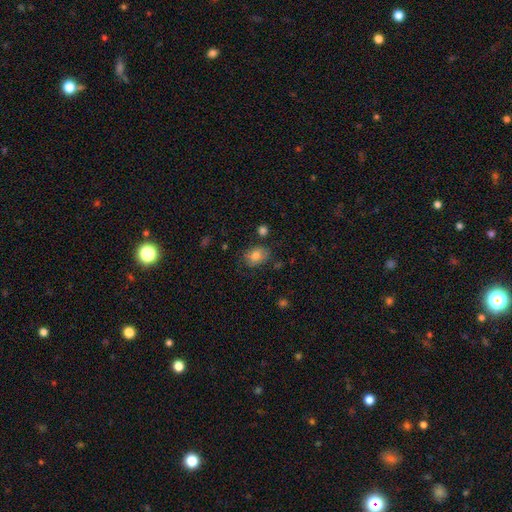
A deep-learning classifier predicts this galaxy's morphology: This is likely a smooth galaxy (80%). How rounded: likely in between (70%). Merging: likely none (72%).